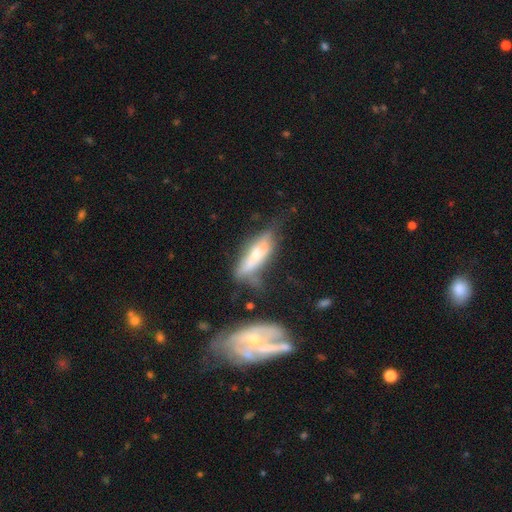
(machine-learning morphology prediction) smooth-or-featured: smooth: 53% | featured or disk: 40% | star or artifact: 7%
  how-rounded: cigar-shaped: 63% | in between: 35% | round: 2%
  merging: none: 42% | minor disturbance: 30% | major disturbance: 16% | merger: 12%